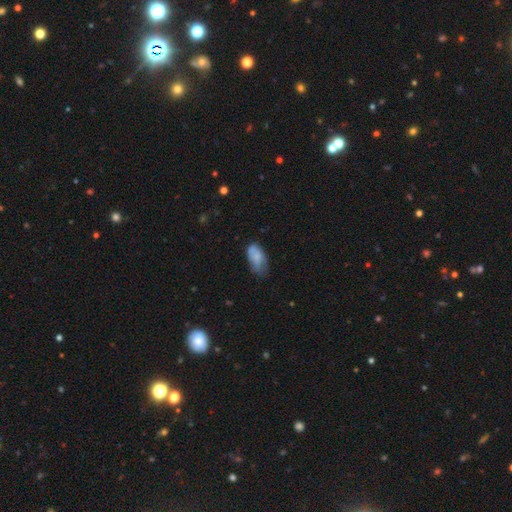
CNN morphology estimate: Smooth or featured?
  - smooth: 72% *
  - featured or disk: 21%
  - star or artifact: 8%
How rounded?
  - in between: 93% *
  - cigar-shaped: 4%
  - round: 3%
Merging?
  - none: 43% *
  - minor disturbance: 38%
  - major disturbance: 15%
  - merger: 4%